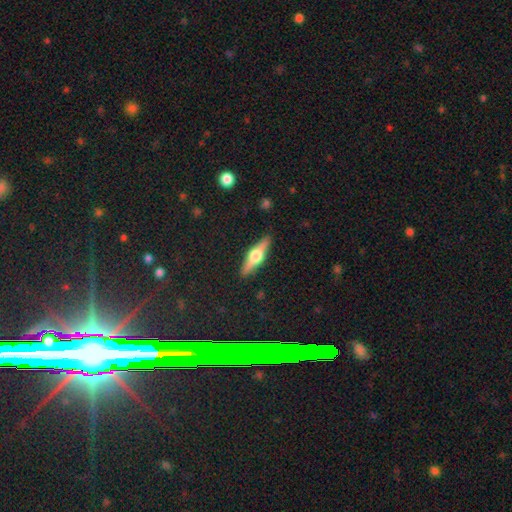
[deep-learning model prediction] smooth_or_featured: featured or disk (p=0.69) [alt: smooth p=0.25]
disk_edge_on: yes (p=0.97) [alt: no p=0.03]
edge_on_bulge: rounded (p=0.95) [alt: boxy p=0.04]
merging: none (p=0.90) [alt: minor disturbance p=0.07]